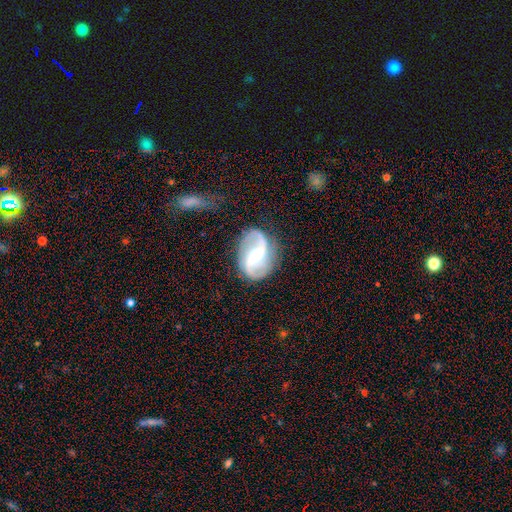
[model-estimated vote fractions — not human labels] Smooth or featured?
  - featured or disk: 89% *
  - smooth: 6%
  - star or artifact: 5%
Edge-on disk?
  - no: 97% *
  - yes: 3%
Bar?
  - weak: 41% *
  - strong: 36%
  - no: 23%
Spiral arms?
  - yes: 96% *
  - no: 4%
Spiral winding?
  - loose: 55% *
  - medium: 36%
  - tight: 10%
Spiral arm count?
  - 2: 93% *
  - can't tell: 2%
  - 1: 1%
  - 3: 1%
  - 4: 1%
  - more than 4: 1%
Bulge size?
  - moderate: 65% *
  - small: 28%
  - large: 4%
  - none: 1%
  - dominant: 1%
Merging?
  - none: 81% *
  - minor disturbance: 12%
  - major disturbance: 5%
  - merger: 2%